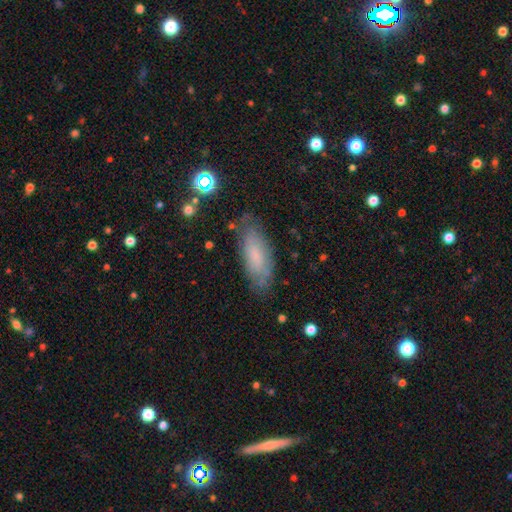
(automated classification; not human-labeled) A smooth galaxy with no disk features (64%) that is in between round and cigar-shaped (75%).

Vote fractions:
- Smooth or featured? smooth: 64% / featured or disk: 28% / star or artifact: 8%
- How rounded? in between: 75% / cigar-shaped: 23% / round: 2%
- Merging? none: 76% / minor disturbance: 17% / major disturbance: 5% / merger: 2%